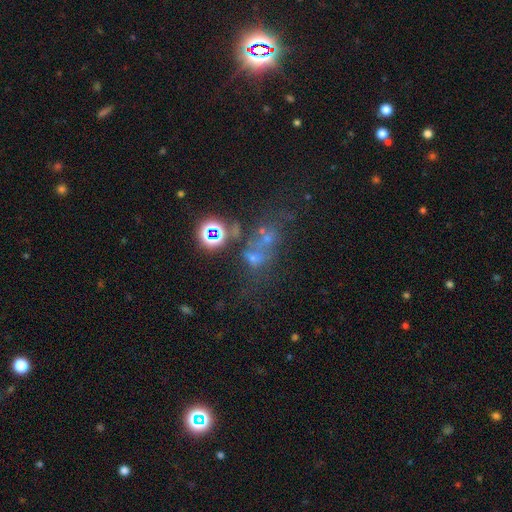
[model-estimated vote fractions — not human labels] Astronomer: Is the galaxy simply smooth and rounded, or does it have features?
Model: star or artifact — 39% (runner-up: smooth, 38%).